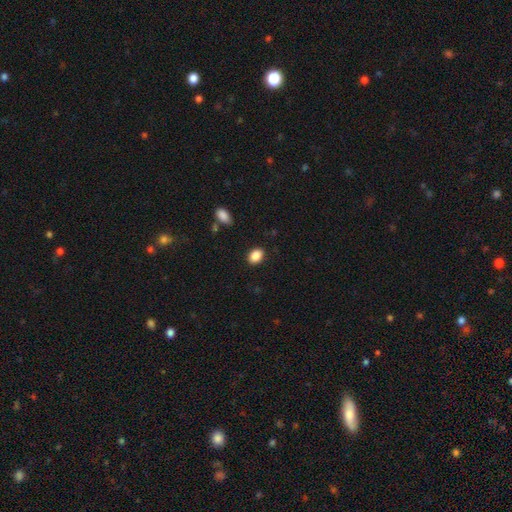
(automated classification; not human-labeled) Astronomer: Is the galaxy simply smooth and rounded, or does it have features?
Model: smooth — 88%.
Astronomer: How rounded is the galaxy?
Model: in between — 71%.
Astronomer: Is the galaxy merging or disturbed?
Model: none — 87%.